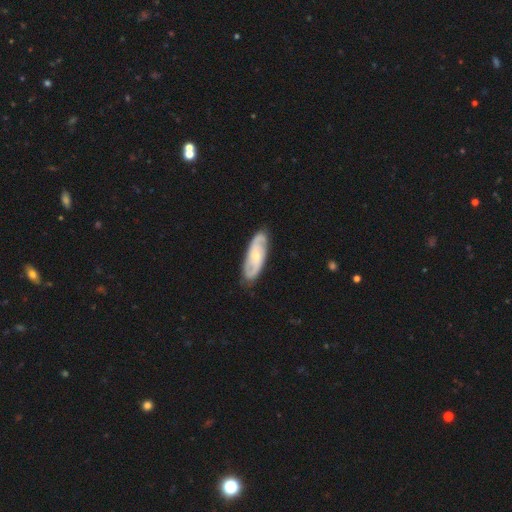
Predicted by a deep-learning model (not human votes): Morphology: type=featured or disk (75%); edge-on=no (90%); bar=no (60%); spiral arms=yes (93%); winding=medium (44%); arm count=2 (76%); bulge=small (62%); merging=none (83%).